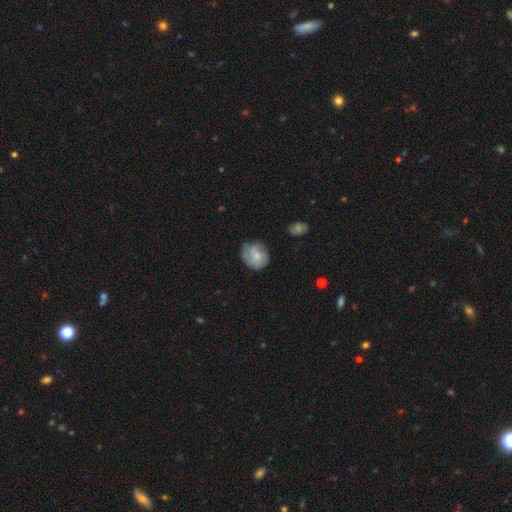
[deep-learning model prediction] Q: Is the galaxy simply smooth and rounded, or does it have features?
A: smooth — 62%.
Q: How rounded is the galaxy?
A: round — 70%.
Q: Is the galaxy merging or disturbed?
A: none — 59%.